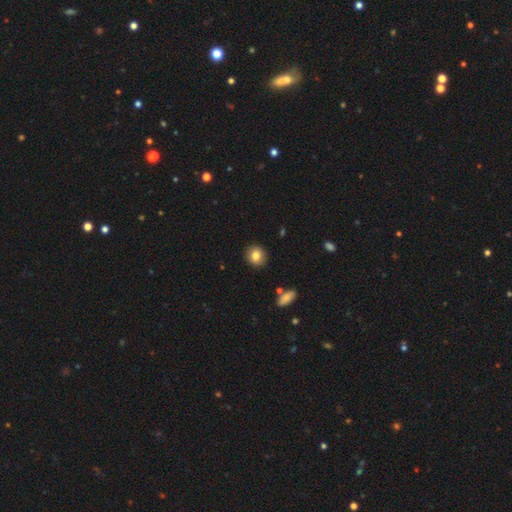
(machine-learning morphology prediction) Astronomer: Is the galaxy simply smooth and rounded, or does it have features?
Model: smooth — 83%.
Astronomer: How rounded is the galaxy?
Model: round — 82%.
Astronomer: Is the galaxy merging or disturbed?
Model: none — 90%.